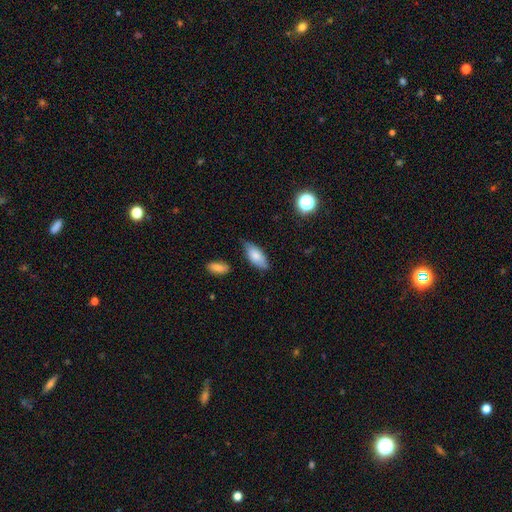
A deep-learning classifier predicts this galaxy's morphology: The model was most divided on "merging": none: 67%, minor disturbance: 25%, major disturbance: 4%, merger: 3%. More confident: how rounded — in between (85%); smooth or featured — smooth (79%).